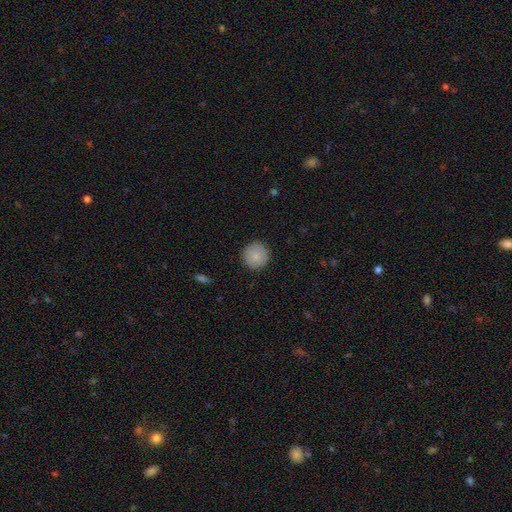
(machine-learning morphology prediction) smooth 87%, star or artifact 7%, featured or disk 7%. Down the decision tree: how rounded — round (95%); merging — none (90%).